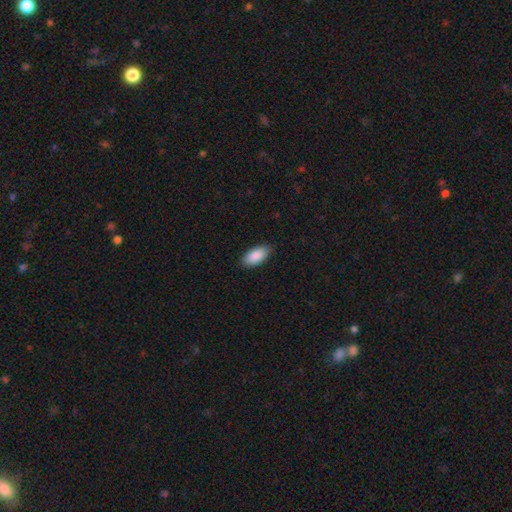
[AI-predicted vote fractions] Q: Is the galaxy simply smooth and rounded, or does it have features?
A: smooth — 90%.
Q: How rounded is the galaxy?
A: in between — 92%.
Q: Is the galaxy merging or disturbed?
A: none — 87%.